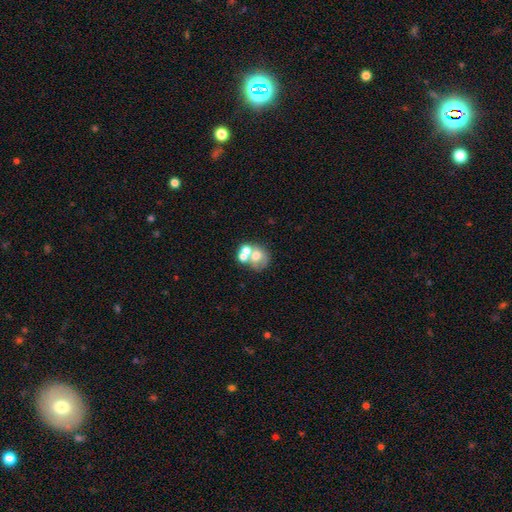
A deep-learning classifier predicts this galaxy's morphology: Smooth or featured?
  - smooth: 49% *
  - featured or disk: 39%
  - star or artifact: 13%
Merging?
  - merger: 54% *
  - none: 30%
  - minor disturbance: 9%
  - major disturbance: 7%